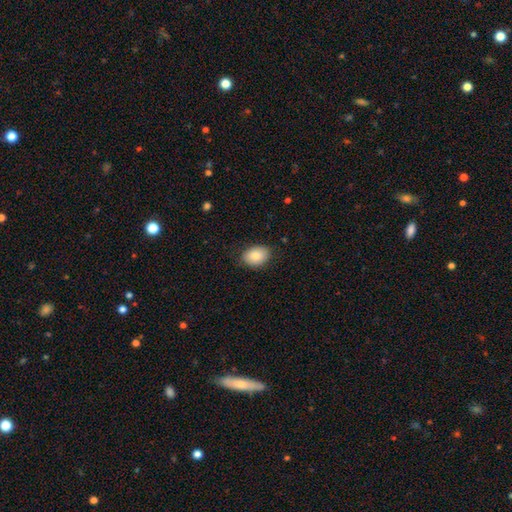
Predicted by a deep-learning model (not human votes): A smooth galaxy with no disk features (84%) that is in between round and cigar-shaped (74%).

Vote fractions:
- Smooth or featured? smooth: 84% / featured or disk: 9% / star or artifact: 7%
- How rounded? in between: 74% / round: 25% / cigar-shaped: 1%
- Merging? none: 83% / minor disturbance: 13% / major disturbance: 3% / merger: 1%